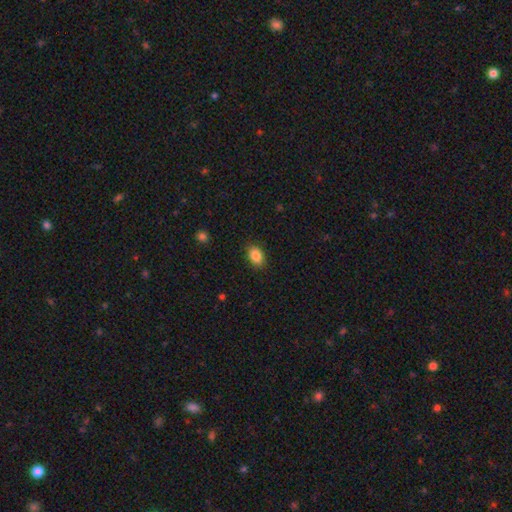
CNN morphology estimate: A smooth galaxy with no disk features (87%) that is in between round and cigar-shaped (84%). Merging: none (87%).